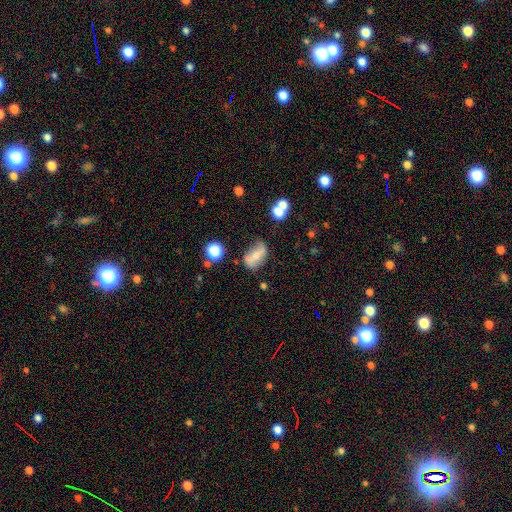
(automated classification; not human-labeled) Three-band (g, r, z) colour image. It shows a smooth galaxy with no disk features (54%) that is in between round and cigar-shaped (86%). Merging: none (49%).